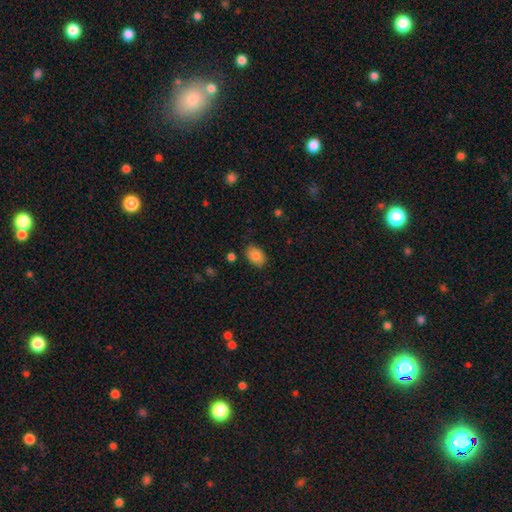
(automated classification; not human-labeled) A smooth galaxy with no disk features (84%) that is in between round and cigar-shaped (86%). Merging: none (84%).